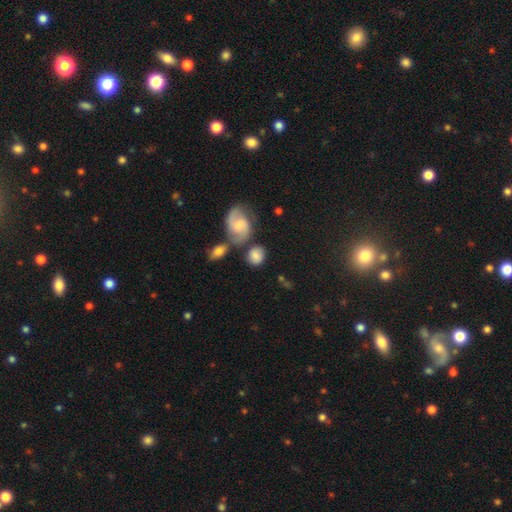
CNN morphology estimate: Overall: smooth (69%). How rounded: round (58%; in between 40%). Merging: none (59%; merger 19%).